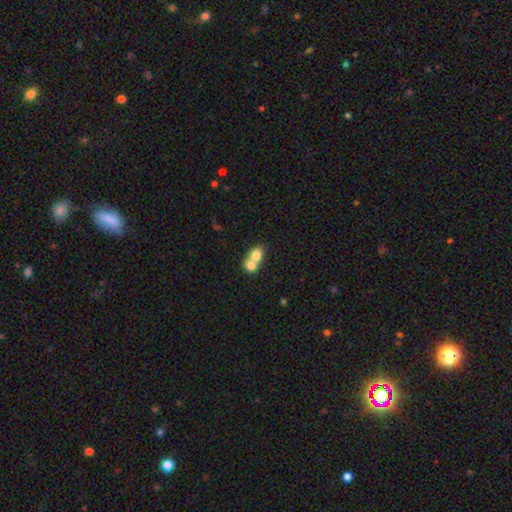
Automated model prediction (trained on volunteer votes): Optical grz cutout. It shows a smooth galaxy with no disk features (75%) that is round (60%). Merging: merger (72%).